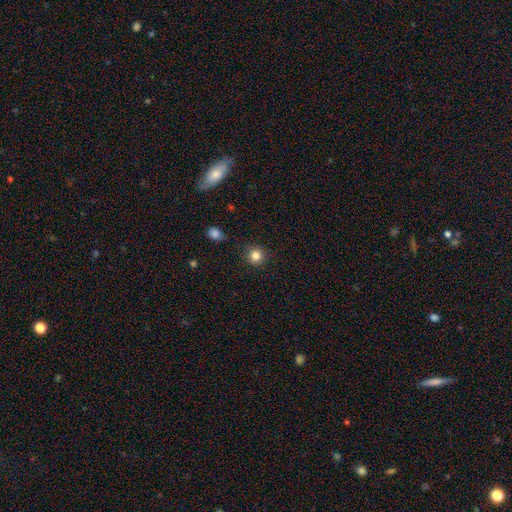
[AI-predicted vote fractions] Q: Smooth or featured?
A: smooth (83%); runner-up: star or artifact (12%)
Q: How rounded?
A: round (93%); runner-up: in between (6%)
Q: Merging?
A: none (87%); runner-up: minor disturbance (9%)